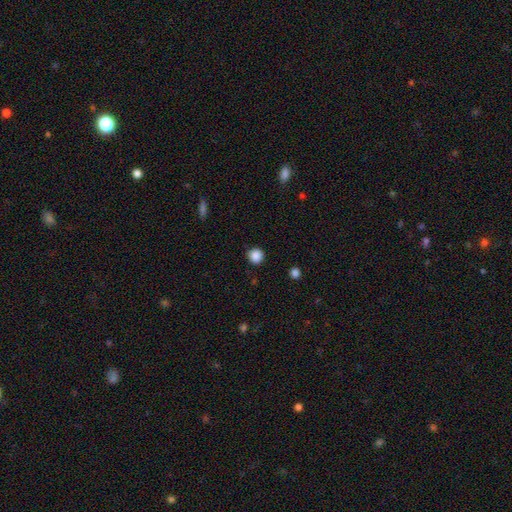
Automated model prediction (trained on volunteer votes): This is clearly a smooth galaxy (87%). How rounded: clearly round (94%). Merging: clearly none (89%).